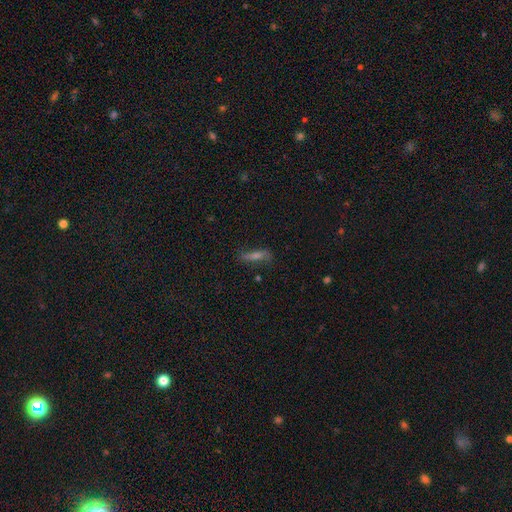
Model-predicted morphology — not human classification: A featured or disk galaxy (44%).

Vote fractions:
- Smooth or featured? featured or disk: 44% / smooth: 39% / star or artifact: 16%
- Merging? none: 74% / minor disturbance: 17% / major disturbance: 6% / merger: 2%